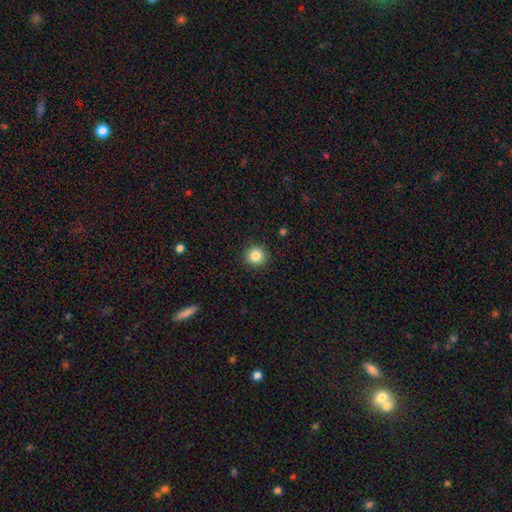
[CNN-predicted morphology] A smooth galaxy with no disk features (84%) that is round (94%).

Vote fractions:
- Smooth or featured? smooth: 84% / star or artifact: 10% / featured or disk: 5%
- How rounded? round: 94% / in between: 5% / cigar-shaped: 1%
- Merging? none: 92% / minor disturbance: 5% / major disturbance: 2% / merger: 1%